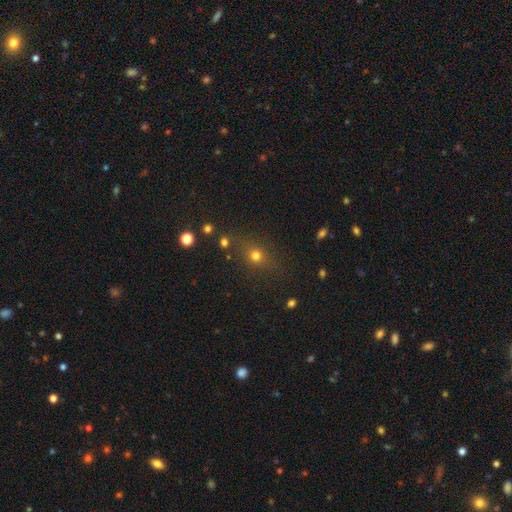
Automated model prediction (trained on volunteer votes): A smooth galaxy with no disk features (69%) that is round (69%).

Vote fractions:
- Smooth or featured? smooth: 69% / star or artifact: 19% / featured or disk: 12%
- How rounded? round: 69% / in between: 27% / cigar-shaped: 5%
- Merging? none: 76% / minor disturbance: 13% / major disturbance: 7% / merger: 4%